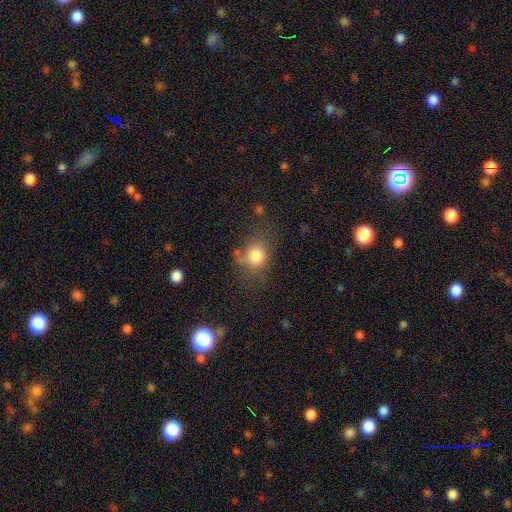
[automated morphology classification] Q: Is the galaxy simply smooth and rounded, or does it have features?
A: smooth — 79%.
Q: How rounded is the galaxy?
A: round — 64%.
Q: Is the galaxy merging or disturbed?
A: none — 56%.